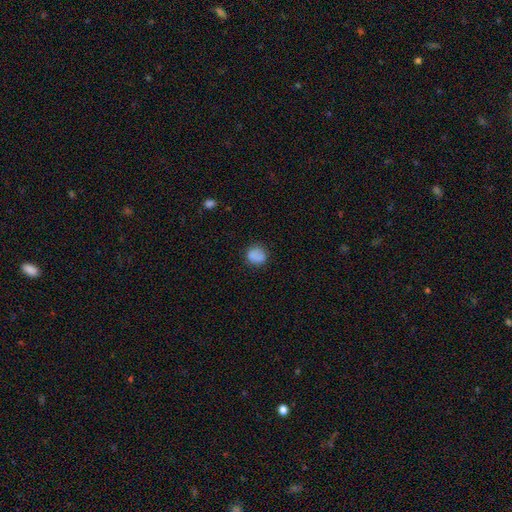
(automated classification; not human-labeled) The model was most divided on "how rounded": round: 80%, in between: 19%, cigar-shaped: 1%. More confident: smooth or featured — smooth (83%); merging — none (78%).